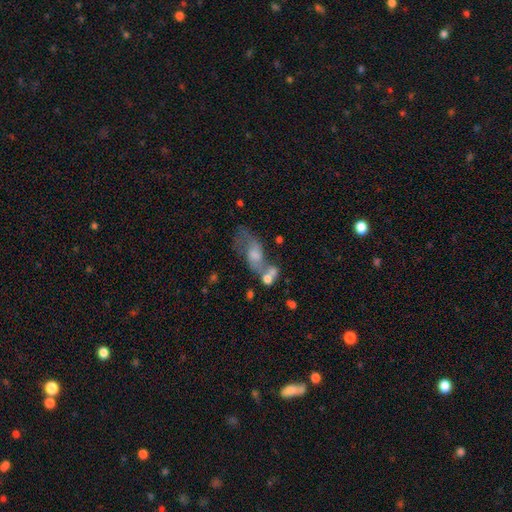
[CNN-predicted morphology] Smooth or featured? featured or disk (55%)
Edge-on disk? no (88%)
Merging? none (34%)